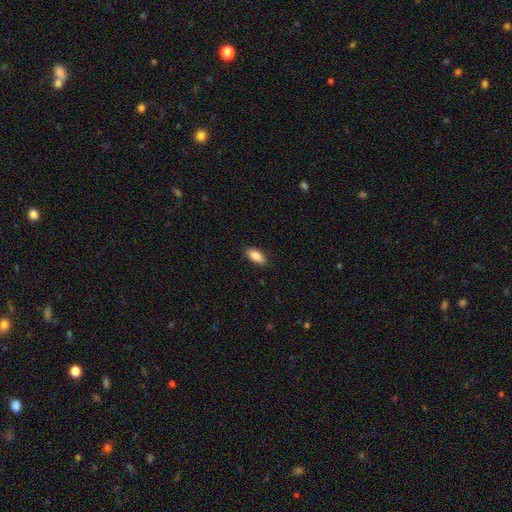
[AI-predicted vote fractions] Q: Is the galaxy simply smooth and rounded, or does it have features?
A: smooth — 87%.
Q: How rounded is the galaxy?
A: in between — 88%.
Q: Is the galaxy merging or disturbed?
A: none — 88%.